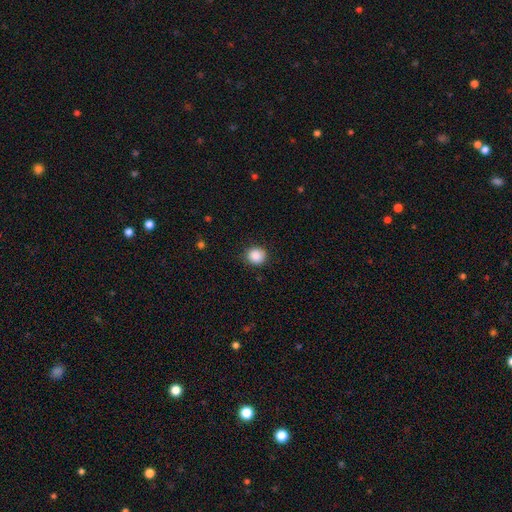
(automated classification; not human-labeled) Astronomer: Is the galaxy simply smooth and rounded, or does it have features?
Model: smooth — 88%.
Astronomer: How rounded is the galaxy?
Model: round — 88%.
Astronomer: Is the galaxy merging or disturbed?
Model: none — 85%.